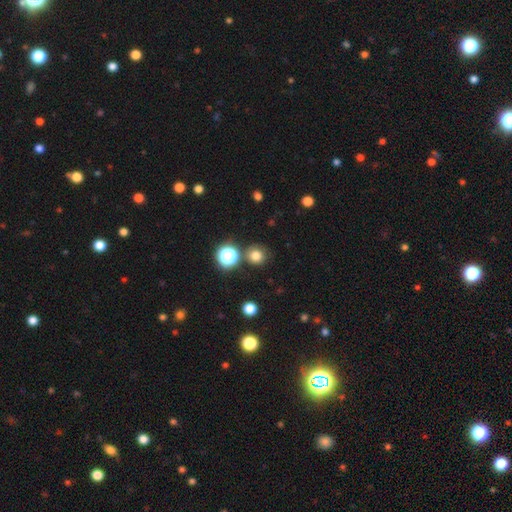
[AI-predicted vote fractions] Smooth or featured: smooth — 76% (star or artifact — 17%)
How rounded: round — 91% (in between — 8%)
Merging: none — 80% (minor disturbance — 10%)